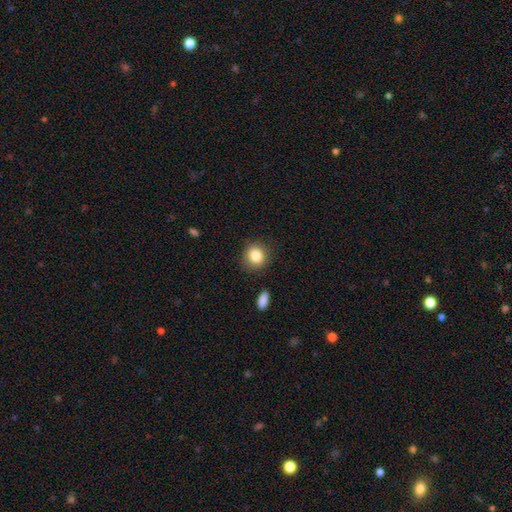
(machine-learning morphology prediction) This appears to be a smooth galaxy with no disk features (84%) that is round (82%). Merging: none (84%).